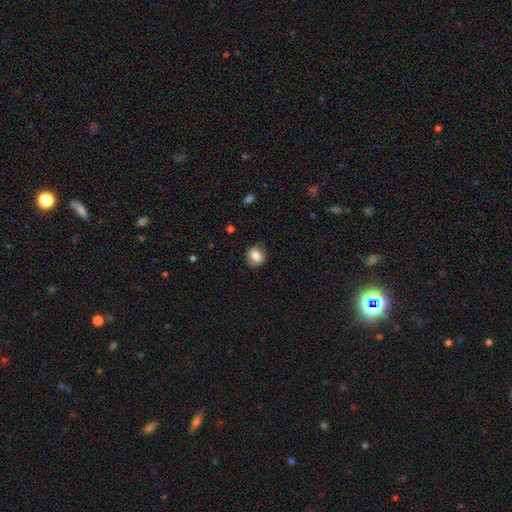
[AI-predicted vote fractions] The model was most divided on "how rounded": round: 68%, in between: 31%, cigar-shaped: 1%. More confident: merging — none (79%); smooth or featured — smooth (76%).